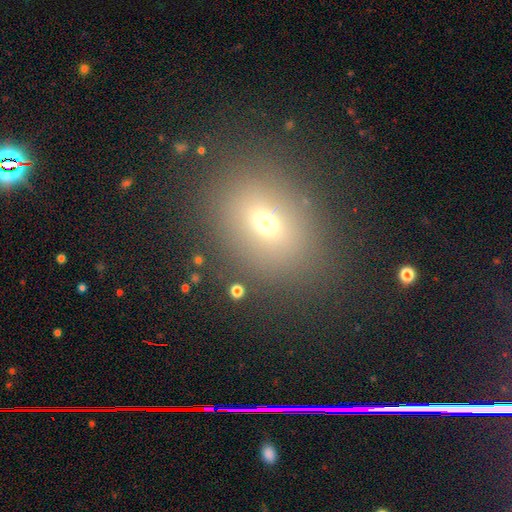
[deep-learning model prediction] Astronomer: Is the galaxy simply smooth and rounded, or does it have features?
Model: smooth — 51% (runner-up: star or artifact, 32%).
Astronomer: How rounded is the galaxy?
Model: in between — 64%.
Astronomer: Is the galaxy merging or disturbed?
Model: none — 85%.